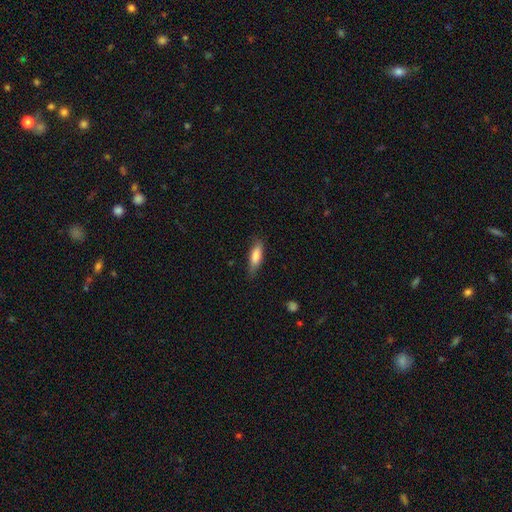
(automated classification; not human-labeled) Q: Smooth or featured?
A: smooth (79%); runner-up: featured or disk (15%)
Q: How rounded?
A: in between (49%); tied with: cigar-shaped (49%)
Q: Merging?
A: none (75%); runner-up: minor disturbance (20%)